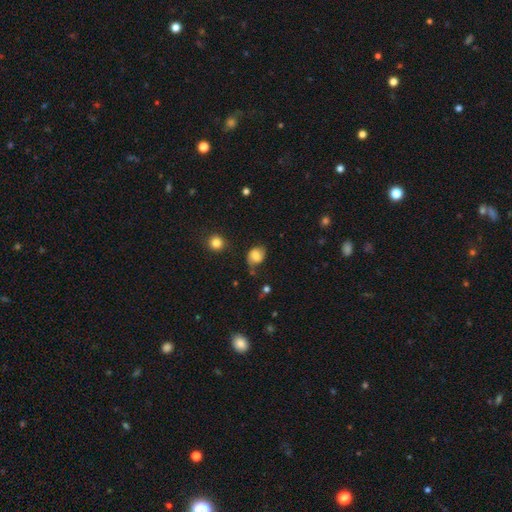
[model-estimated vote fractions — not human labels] Smooth or featured: smooth — 68% (featured or disk — 22%)
How rounded: in between — 51% (round — 48%)
Merging: none — 64% (minor disturbance — 25%)